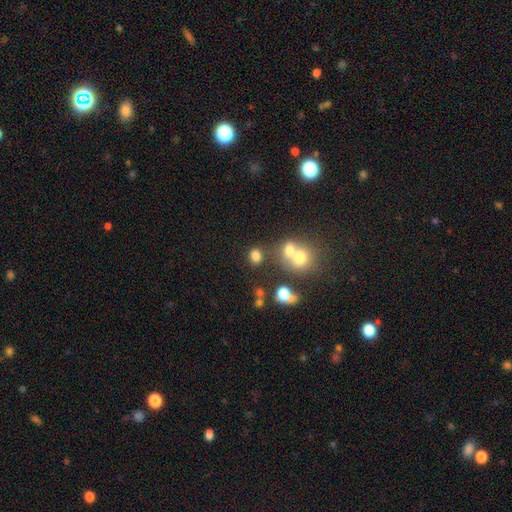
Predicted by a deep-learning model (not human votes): Smooth or featured? Predicted: smooth (p=0.76). How rounded? Predicted: round (p=0.62). Merging? Predicted: none (p=0.60).